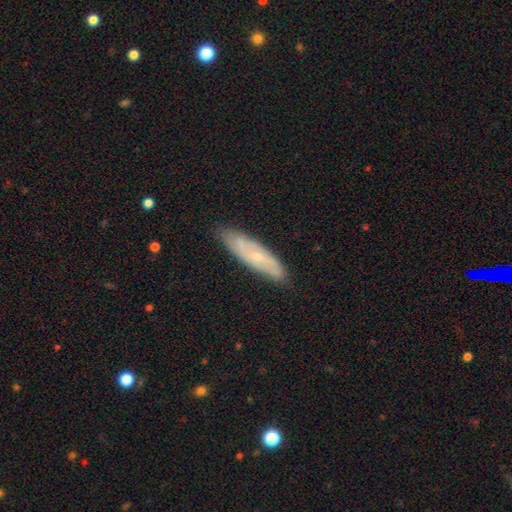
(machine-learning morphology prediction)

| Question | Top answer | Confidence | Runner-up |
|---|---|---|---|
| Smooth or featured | featured or disk | 55% | smooth (38%) |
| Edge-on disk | no | 67% | yes (33%) |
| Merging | none | 82% | minor disturbance (14%) |